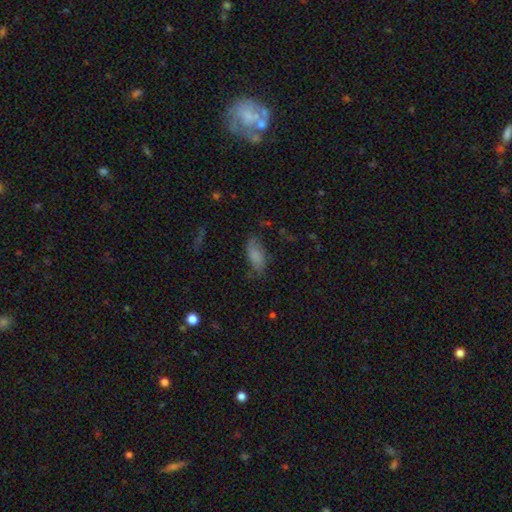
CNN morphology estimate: smooth 76%, featured or disk 14%, star or artifact 9%. Down the decision tree: how rounded — in between (86%); merging — none (64%).